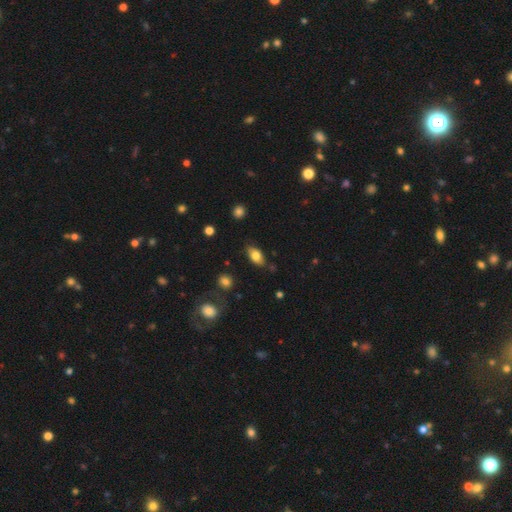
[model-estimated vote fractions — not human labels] smooth 77%, featured or disk 15%, star or artifact 7%. Down the decision tree: how rounded — in between (90%); merging — none (79%).